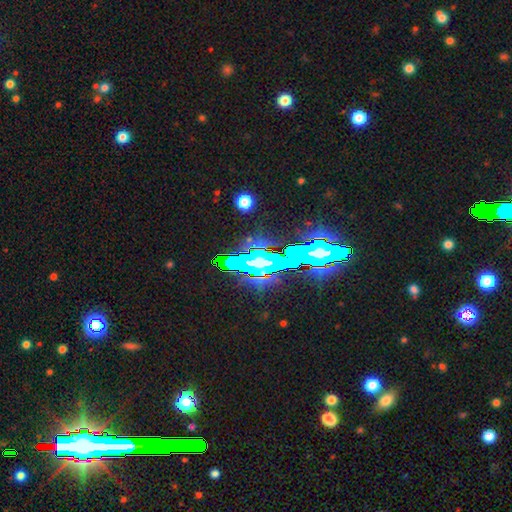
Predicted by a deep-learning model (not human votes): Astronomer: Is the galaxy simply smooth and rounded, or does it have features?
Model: star or artifact — 78%.